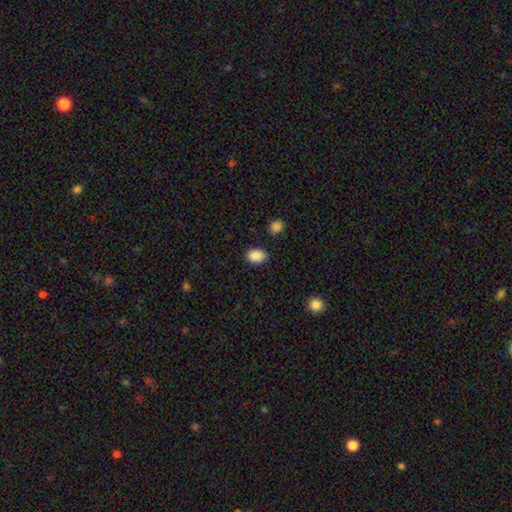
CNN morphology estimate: The model was most divided on "how rounded": in between: 80%, round: 19%, cigar-shaped: 1%. More confident: smooth or featured — smooth (89%); merging — none (84%).